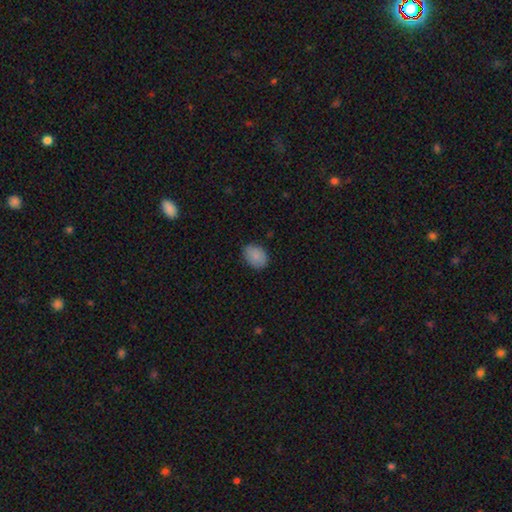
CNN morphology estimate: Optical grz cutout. It shows a smooth galaxy with no disk features (88%) that is in between round and cigar-shaped (71%). Merging: none (84%).